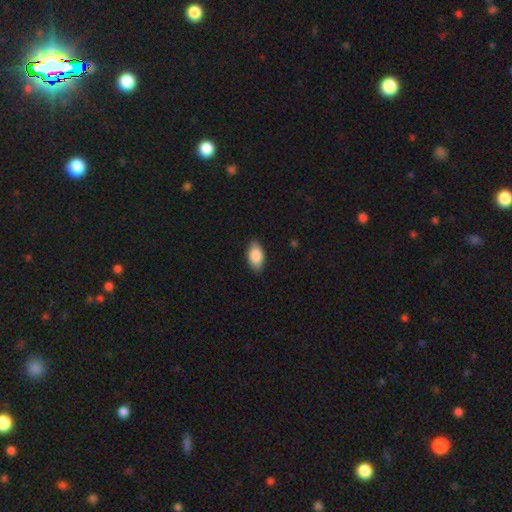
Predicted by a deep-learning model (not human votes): Overall: smooth (86%). How rounded: in between (94%). Merging: none (86%).